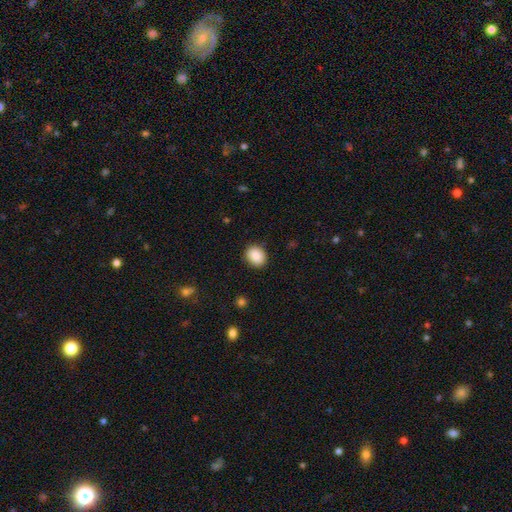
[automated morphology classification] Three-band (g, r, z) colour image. It shows a smooth galaxy with no disk features (89%) that is round (53%). Merging: none (89%).